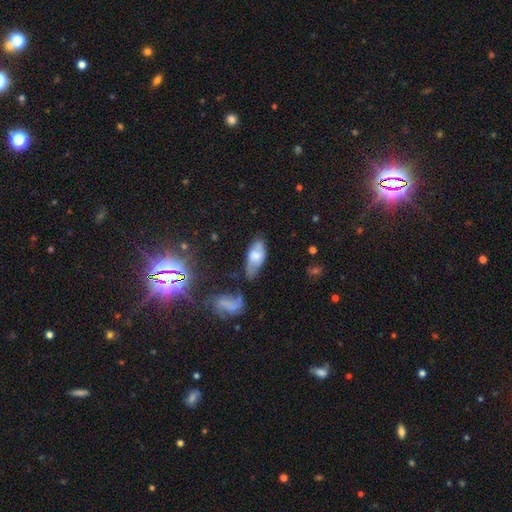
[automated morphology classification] Q: Smooth or featured?
A: smooth (53%); runner-up: featured or disk (38%)
Q: How rounded?
A: in between (84%); runner-up: cigar-shaped (13%)
Q: Merging?
A: none (48%); runner-up: minor disturbance (29%)